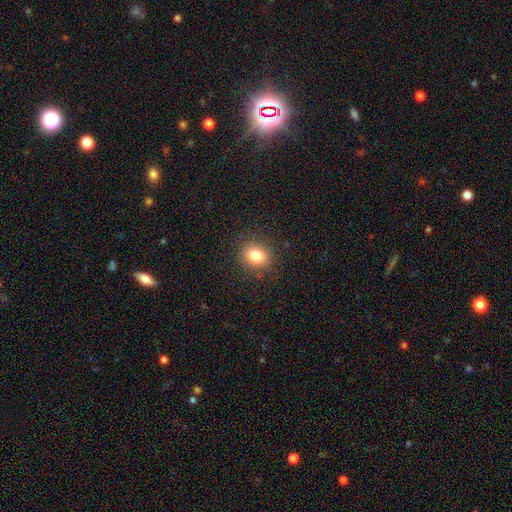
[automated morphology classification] Smooth or featured: smooth — 81% (star or artifact — 11%)
How rounded: round — 63% (in between — 36%)
Merging: none — 87% (minor disturbance — 9%)